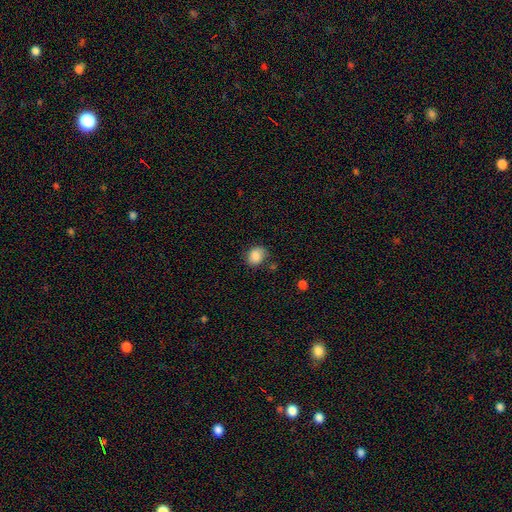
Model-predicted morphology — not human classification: This appears to be a smooth galaxy with no disk features (87%) that is round (52%). Merging: none (72%).